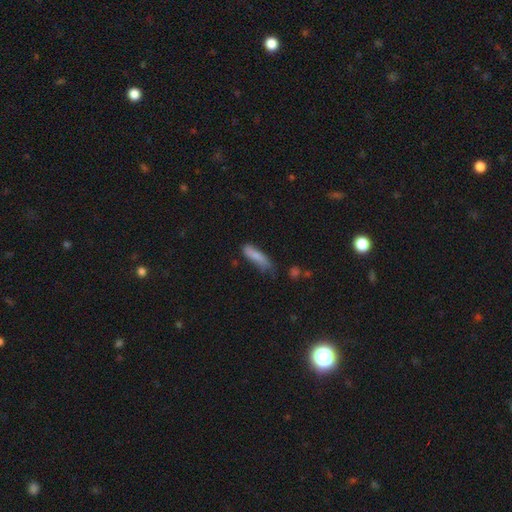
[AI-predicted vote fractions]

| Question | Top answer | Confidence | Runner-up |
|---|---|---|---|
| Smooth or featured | smooth | 79% | featured or disk (14%) |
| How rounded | cigar-shaped | 64% | in between (35%) |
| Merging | none | 54% | minor disturbance (33%) |